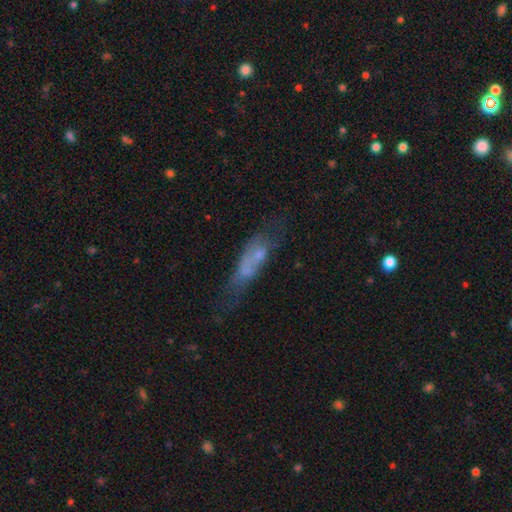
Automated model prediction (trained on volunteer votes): Q: Smooth or featured?
A: smooth (48%); runner-up: featured or disk (40%)
Q: Merging?
A: none (30%); runner-up: major disturbance (27%)